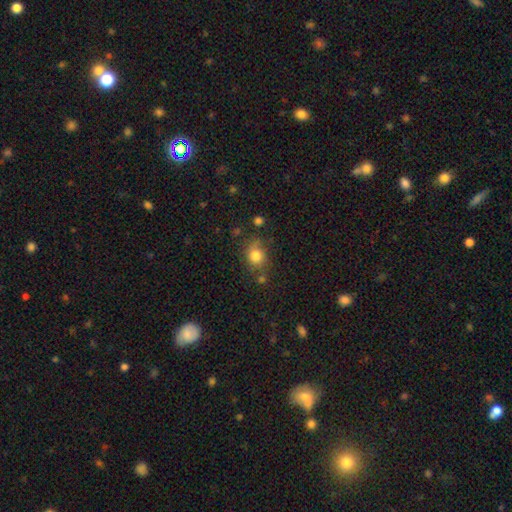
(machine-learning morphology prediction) smooth-or-featured: smooth: 81% | star or artifact: 11% | featured or disk: 8%
  how-rounded: round: 65% | in between: 34% | cigar-shaped: 1%
  merging: none: 66% | minor disturbance: 21% | merger: 7% | major disturbance: 6%